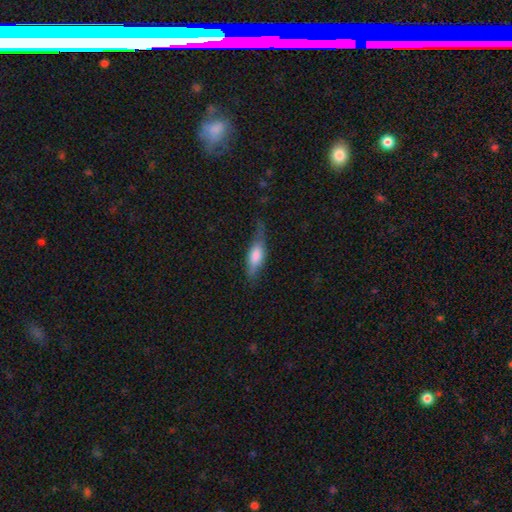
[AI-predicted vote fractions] smooth-or-featured: smooth: 66% | featured or disk: 28% | star or artifact: 6%
  how-rounded: in between: 60% | cigar-shaped: 37% | round: 3%
  merging: none: 54% | minor disturbance: 31% | major disturbance: 13% | merger: 2%